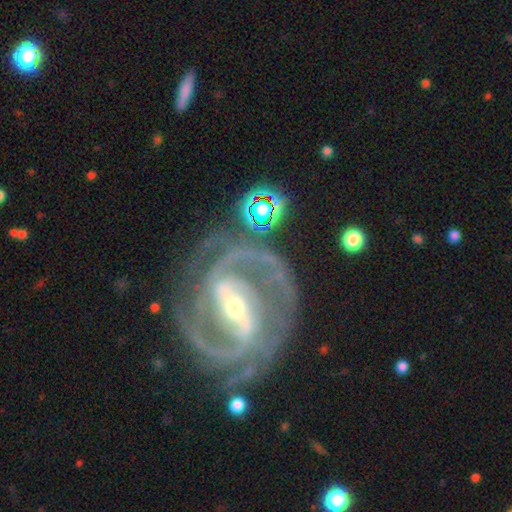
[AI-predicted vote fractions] featured or disk 92%, star or artifact 5%, smooth 3%. Down the decision tree: edge-on disk — no (97%); bar — strong (70%); spiral arms — yes (98%); spiral arm count — 2 (68%); spiral winding — tight (51%); bulge size — small (60%); merging — none (75%).